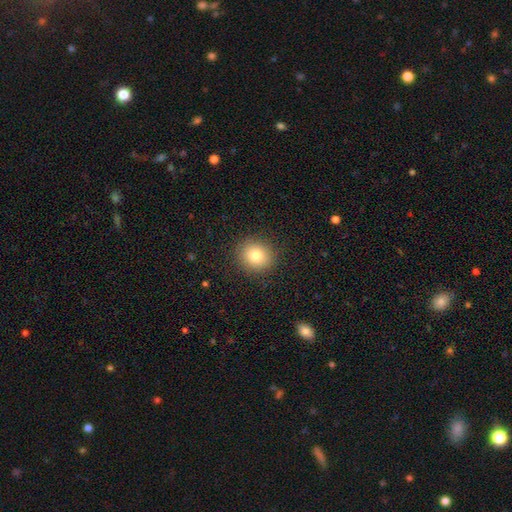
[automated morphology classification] Smooth or featured? smooth (80%)
How rounded? round (84%)
Merging? none (90%)